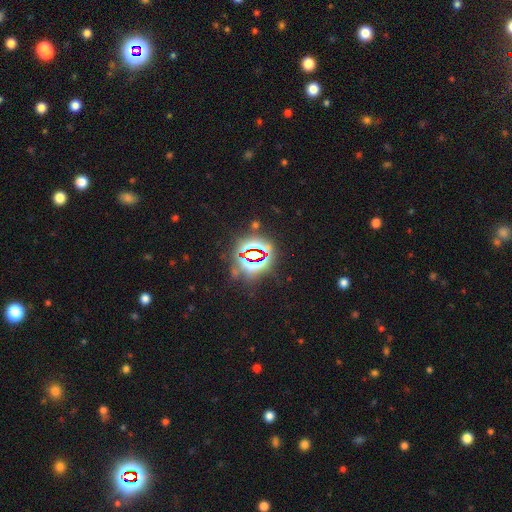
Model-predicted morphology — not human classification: This appears to be a star or artifact, not a galaxy (81%).